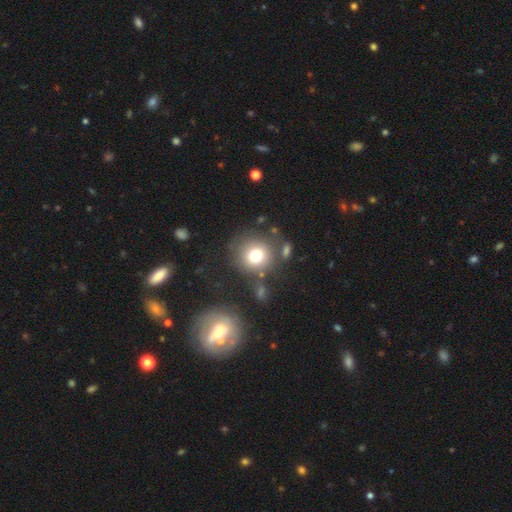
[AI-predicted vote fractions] A smooth galaxy with no disk features (76%) that is round (90%).

Vote fractions:
- Smooth or featured? smooth: 76% / star or artifact: 12% / featured or disk: 12%
- How rounded? round: 90% / in between: 9% / cigar-shaped: 1%
- Merging? none: 75% / minor disturbance: 11% / merger: 8% / major disturbance: 6%